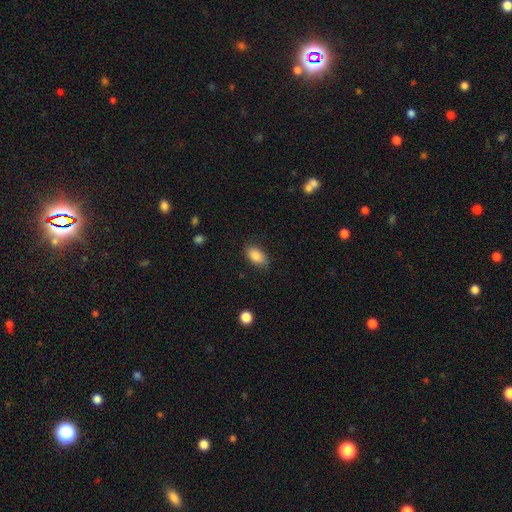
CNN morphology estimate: Overall: smooth (86%). How rounded: in between (91%). Merging: none (83%).